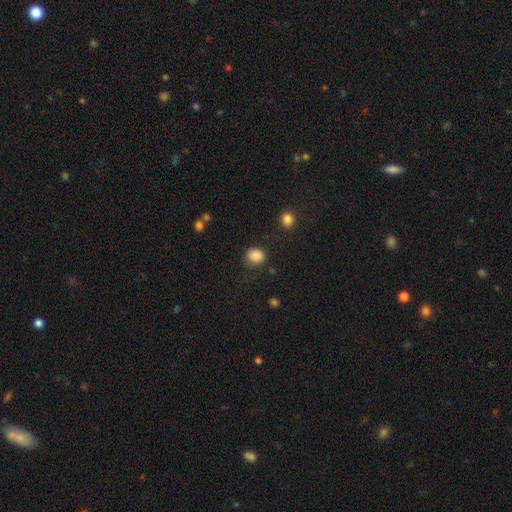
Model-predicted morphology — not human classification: Overall: smooth (86%). How rounded: round (66%; in between 34%). Merging: none (71%).